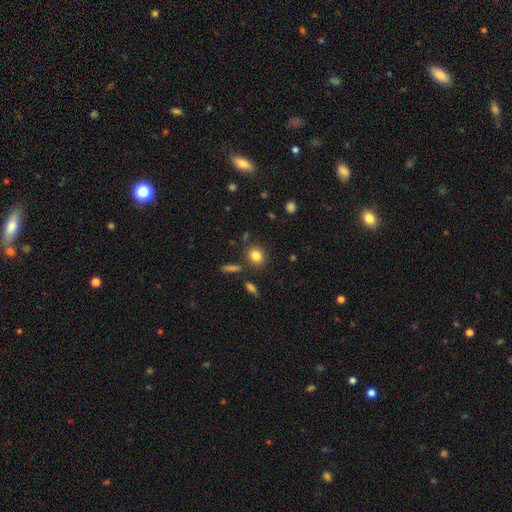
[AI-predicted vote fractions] A smooth galaxy with no disk features (83%) that is round (71%).

Vote fractions:
- Smooth or featured? smooth: 83% / star or artifact: 10% / featured or disk: 7%
- How rounded? round: 71% / in between: 28% / cigar-shaped: 1%
- Merging? none: 82% / minor disturbance: 10% / merger: 5% / major disturbance: 3%